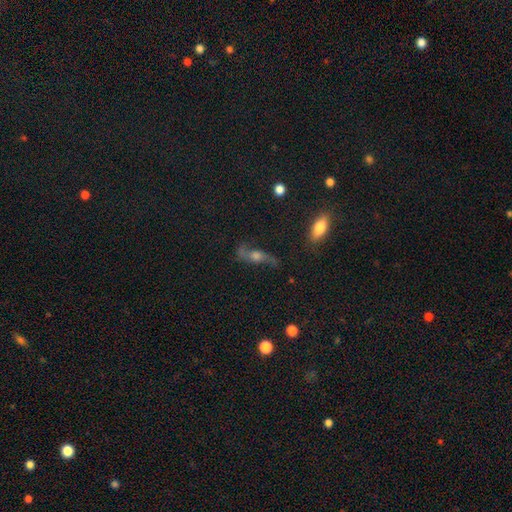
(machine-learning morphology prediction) type=featured or disk (66%); edge-on=no (66%); merging=none (64%).